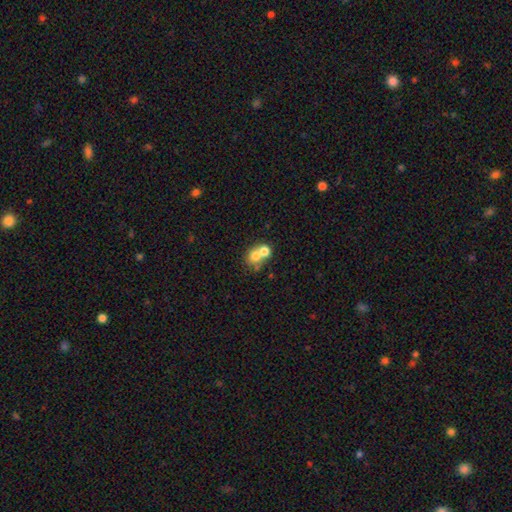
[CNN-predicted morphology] smooth_or_featured: smooth (p=0.71) [alt: featured or disk p=0.18]
how_rounded: round (p=0.72) [alt: in between p=0.27]
merging: merger (p=0.62) [alt: none p=0.28]